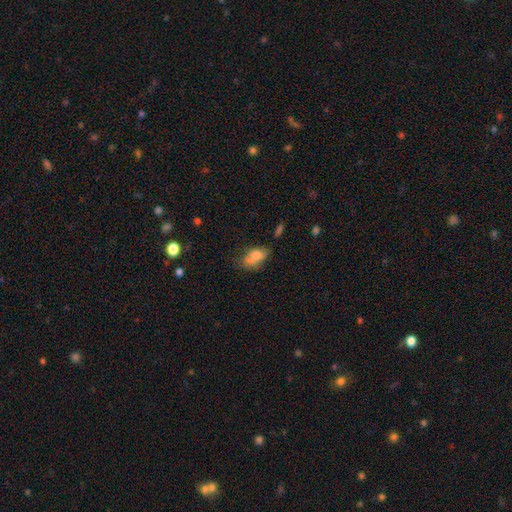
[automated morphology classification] Smooth or featured?
  - smooth: 65% *
  - featured or disk: 23%
  - star or artifact: 12%
How rounded?
  - in between: 84% *
  - round: 12%
  - cigar-shaped: 4%
Merging?
  - none: 37% *
  - minor disturbance: 29%
  - major disturbance: 18%
  - merger: 15%